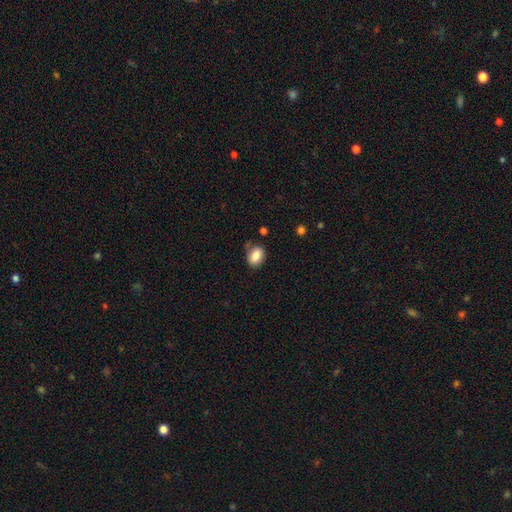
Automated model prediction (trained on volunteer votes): A smooth galaxy with no disk features (82%) that is in between round and cigar-shaped (76%).

Vote fractions:
- Smooth or featured? smooth: 82% / featured or disk: 10% / star or artifact: 8%
- How rounded? in between: 76% / round: 23% / cigar-shaped: 1%
- Merging? none: 67% / minor disturbance: 22% / major disturbance: 6% / merger: 5%